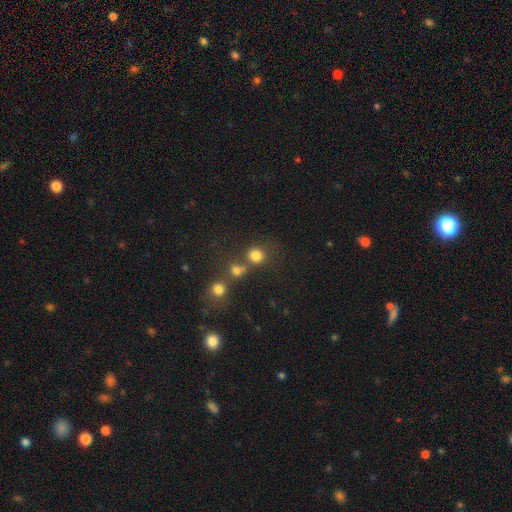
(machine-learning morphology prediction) This appears to be a smooth galaxy with no disk features (78%) that is round (82%). Merging: none (58%).